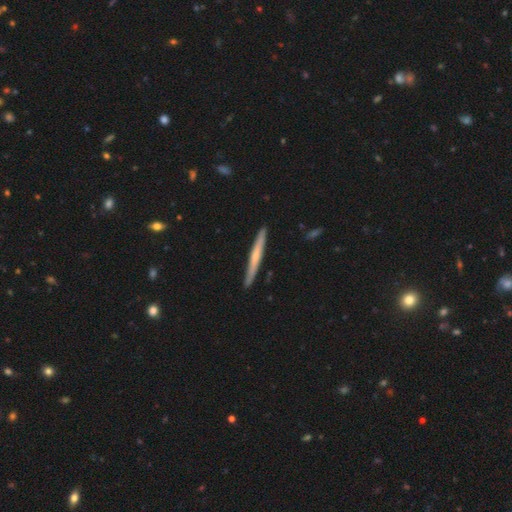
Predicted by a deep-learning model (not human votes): This is possibly a featured or disk galaxy (54%). It is clearly viewed edge-on (96%). Edge-on bulge: possibly none (55%). Merging: clearly none (91%).